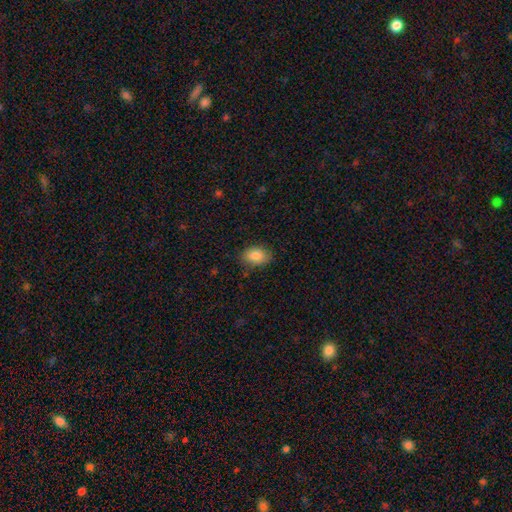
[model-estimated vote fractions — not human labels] Smooth or featured: smooth — 85% (star or artifact — 8%)
How rounded: in between — 79% (round — 20%)
Merging: none — 81% (minor disturbance — 14%)